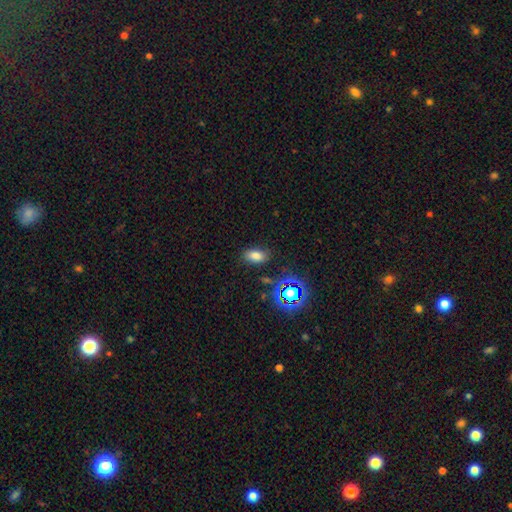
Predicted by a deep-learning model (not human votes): This is likely a smooth galaxy (74%). How rounded: clearly in between (88%). Merging: clearly none (82%).